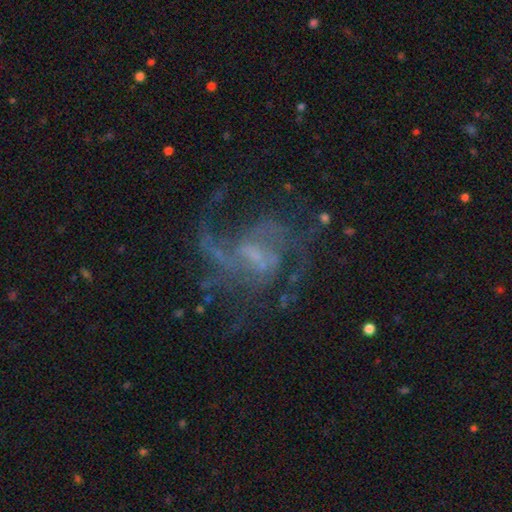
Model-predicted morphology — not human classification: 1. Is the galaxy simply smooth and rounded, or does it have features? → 82% featured or disk, 10% star or artifact, 7% smooth.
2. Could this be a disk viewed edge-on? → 98% no, 2% yes.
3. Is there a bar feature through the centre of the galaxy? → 53% weak, 32% no, 15% strong.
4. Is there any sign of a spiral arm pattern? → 88% yes, 12% no.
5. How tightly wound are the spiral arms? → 44% medium, 41% loose, 15% tight.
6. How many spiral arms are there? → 32% 2, 24% can't tell, 19% 3, 10% 1, 8% 4, 6% more than 4.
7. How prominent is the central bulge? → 50% small, 28% none, 19% moderate, 2% large, 1% dominant.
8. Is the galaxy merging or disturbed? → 51% none, 31% major disturbance, 14% minor disturbance, 3% merger.